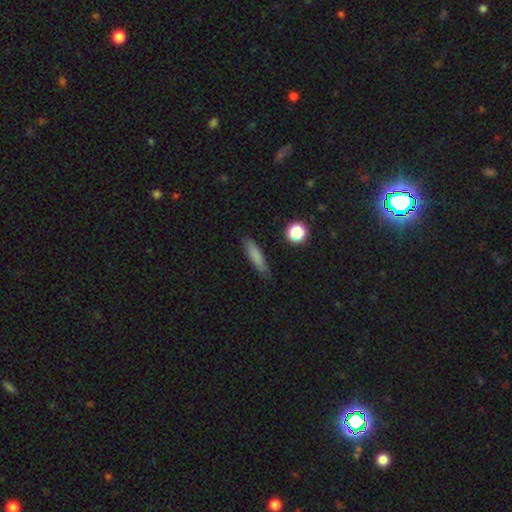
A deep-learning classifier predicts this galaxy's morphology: smooth 80%, featured or disk 11%, star or artifact 9%. Down the decision tree: how rounded — cigar-shaped (76%); merging — none (82%).